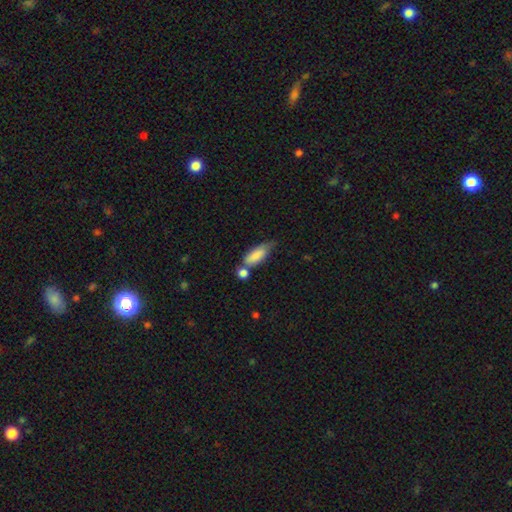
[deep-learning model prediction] A smooth galaxy with no disk features (80%) that is in between round and cigar-shaped (74%).

Vote fractions:
- Smooth or featured? smooth: 80% / featured or disk: 14% / star or artifact: 7%
- How rounded? in between: 74% / cigar-shaped: 23% / round: 3%
- Merging? none: 40% / merger: 28% / minor disturbance: 24% / major disturbance: 8%